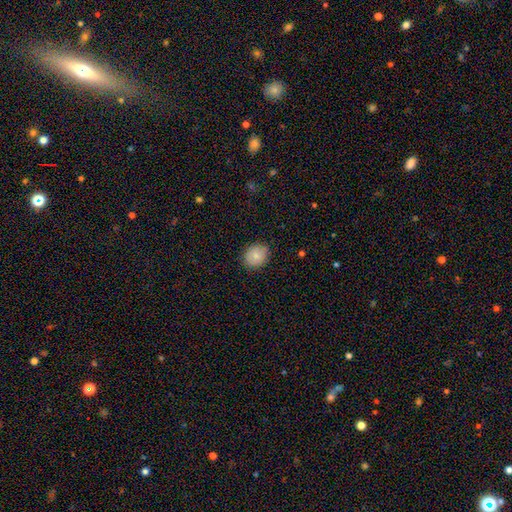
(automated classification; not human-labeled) The model was most divided on "how rounded": round: 65%, in between: 34%, cigar-shaped: 1%. More confident: merging — none (87%); smooth or featured — smooth (83%).